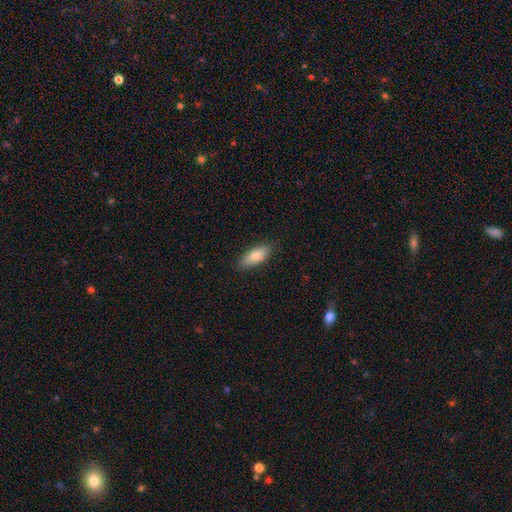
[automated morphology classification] This is clearly a smooth galaxy (80%). How rounded: likely in between (79%). Merging: clearly none (87%).